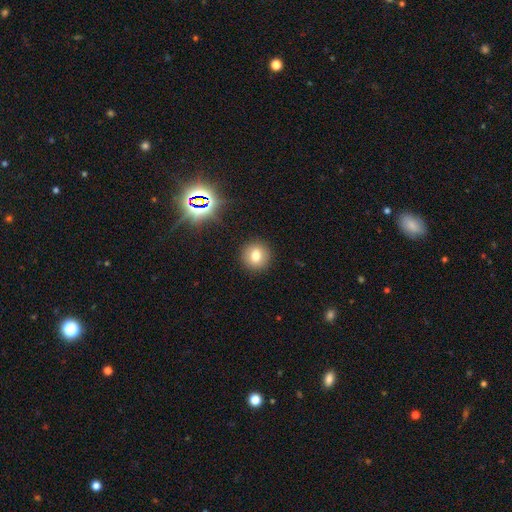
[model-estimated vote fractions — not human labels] smooth-or-featured: smooth: 76% | star or artifact: 14% | featured or disk: 10%
  how-rounded: round: 92% | in between: 7% | cigar-shaped: 1%
  merging: none: 91% | minor disturbance: 6% | major disturbance: 2% | merger: 1%